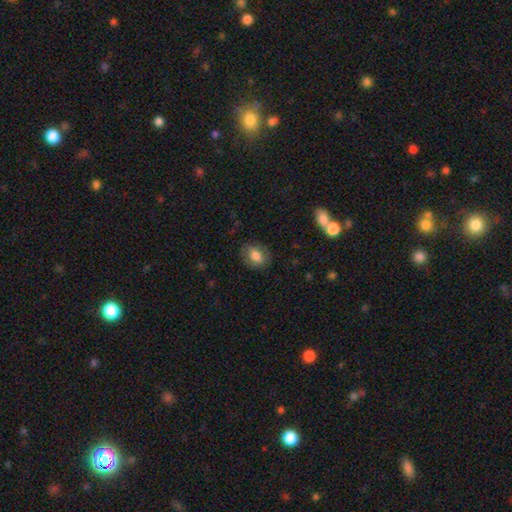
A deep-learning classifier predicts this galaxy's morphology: A smooth galaxy with no disk features (78%) that is in between round and cigar-shaped (66%).

Vote fractions:
- Smooth or featured? smooth: 78% / featured or disk: 14% / star or artifact: 8%
- How rounded? in between: 66% / round: 33% / cigar-shaped: 1%
- Merging? none: 81% / minor disturbance: 13% / major disturbance: 4% / merger: 1%